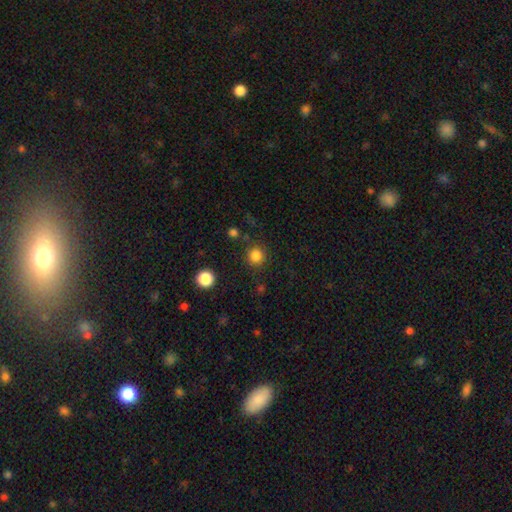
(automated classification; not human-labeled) smooth-or-featured: smooth: 83% | star or artifact: 13% | featured or disk: 4%
  how-rounded: round: 93% | in between: 6% | cigar-shaped: 1%
  merging: none: 86% | minor disturbance: 8% | major disturbance: 3% | merger: 3%